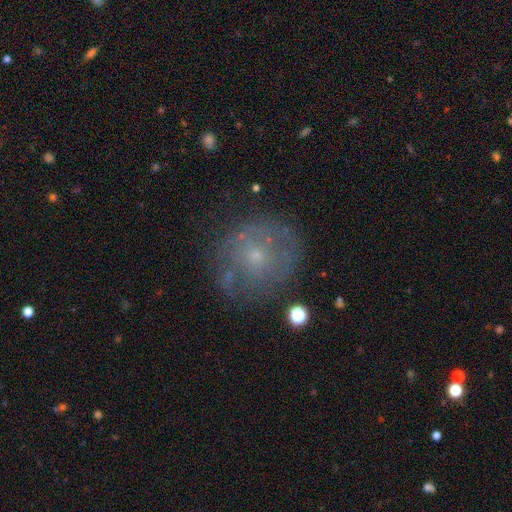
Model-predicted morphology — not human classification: Overall: featured or disk (49%; smooth 37%). Merging: none (72%).